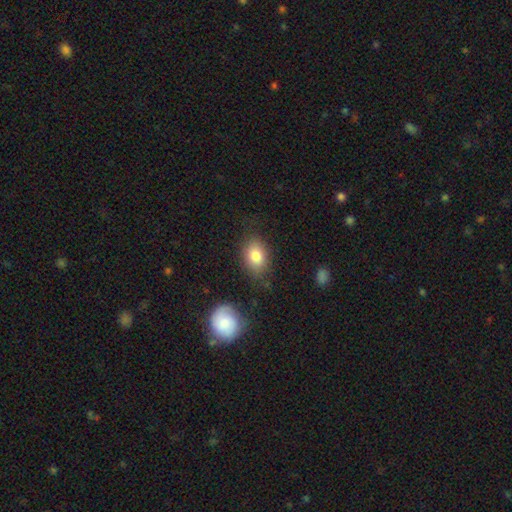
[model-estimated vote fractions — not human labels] Smooth or featured? Predicted: smooth (p=0.82). How rounded? Predicted: in between (p=0.76). Merging? Predicted: none (p=0.77).